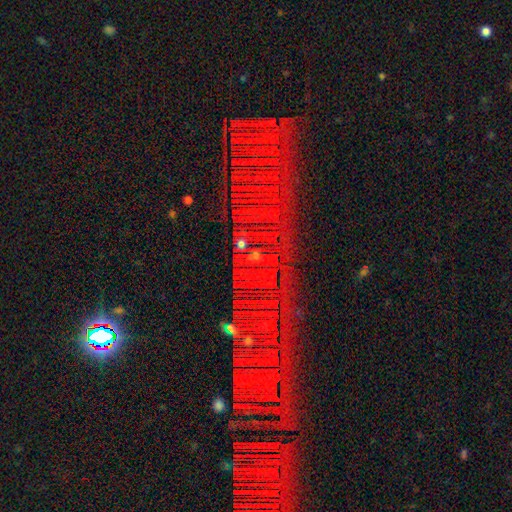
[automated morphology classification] type=star or artifact (70%).